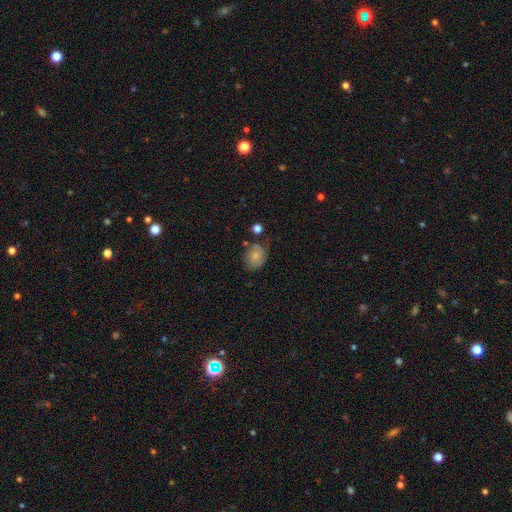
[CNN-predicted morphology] smooth 67%, featured or disk 24%, star or artifact 9%. Down the decision tree: how rounded — round (50%); merging — none (56%).